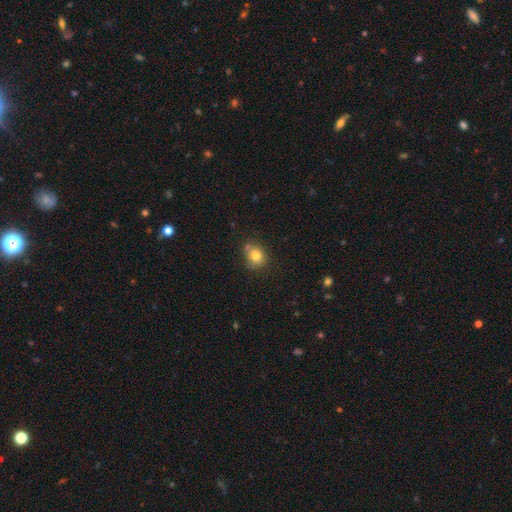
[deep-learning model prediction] Overall: smooth (80%). How rounded: round (67%; in between 32%). Merging: none (68%).